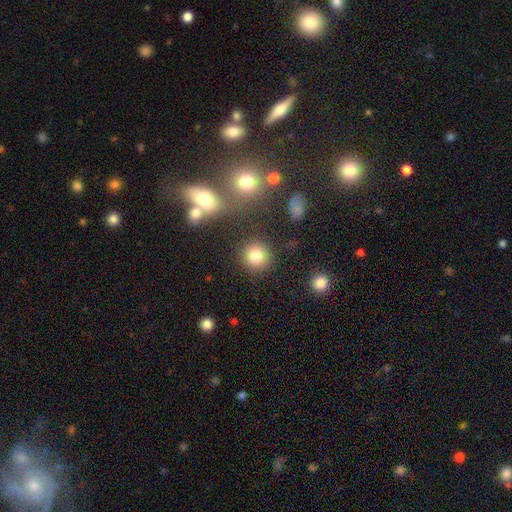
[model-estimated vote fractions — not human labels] Smooth or featured: smooth — 81% (star or artifact — 12%)
How rounded: round — 92% (in between — 7%)
Merging: none — 86% (minor disturbance — 7%)